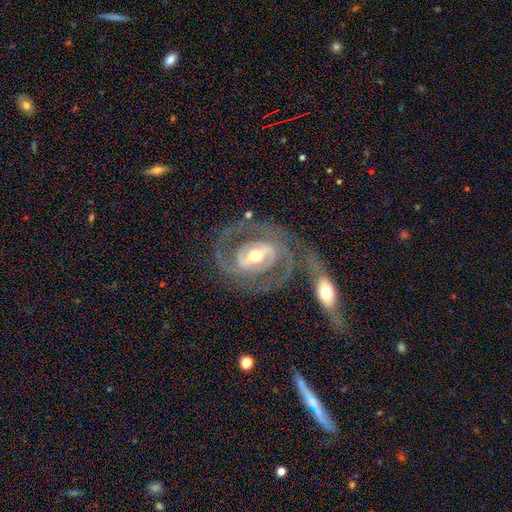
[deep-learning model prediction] Morphology: type=featured or disk (87%); edge-on=no (96%); bar=strong (56%); spiral arms=yes (88%); winding=tight (49%); arm count=2 (75%); bulge=moderate (63%); merging=none (62%).